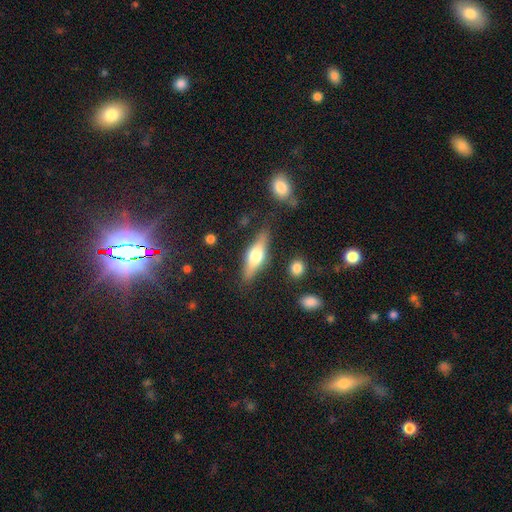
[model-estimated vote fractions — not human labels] Smooth or featured? featured or disk (49%)
Merging? none (81%)